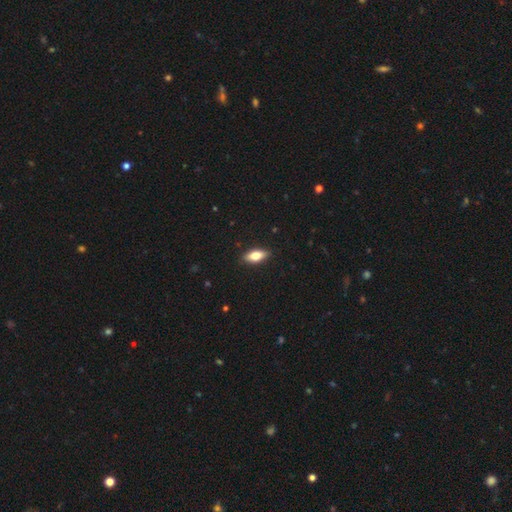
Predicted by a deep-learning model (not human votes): Q: Smooth or featured?
A: smooth (70%); runner-up: featured or disk (23%)
Q: How rounded?
A: in between (78%); runner-up: cigar-shaped (18%)
Q: Merging?
A: none (89%); runner-up: minor disturbance (8%)